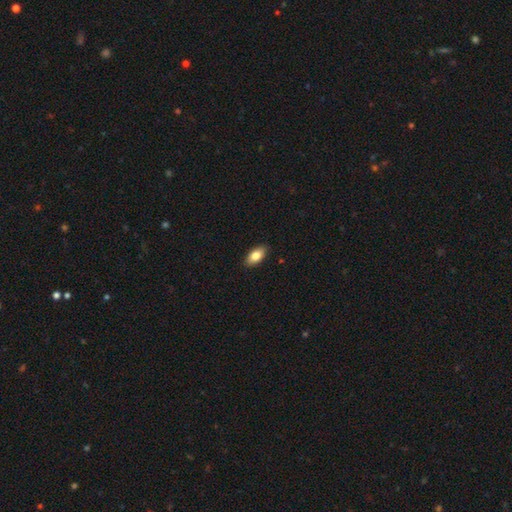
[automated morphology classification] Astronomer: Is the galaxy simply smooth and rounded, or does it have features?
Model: smooth — 81%.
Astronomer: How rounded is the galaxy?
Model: in between — 91%.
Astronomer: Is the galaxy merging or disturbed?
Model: none — 88%.